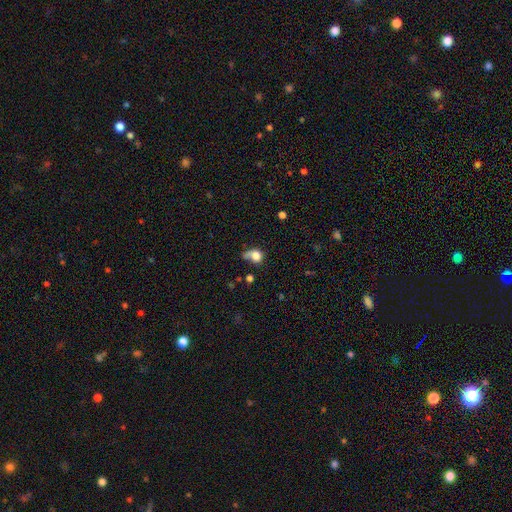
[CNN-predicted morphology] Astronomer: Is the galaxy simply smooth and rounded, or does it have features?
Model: smooth — 74%.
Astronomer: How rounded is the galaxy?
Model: round — 64%.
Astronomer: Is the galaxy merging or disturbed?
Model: none — 34% (runner-up: major disturbance, 26%).